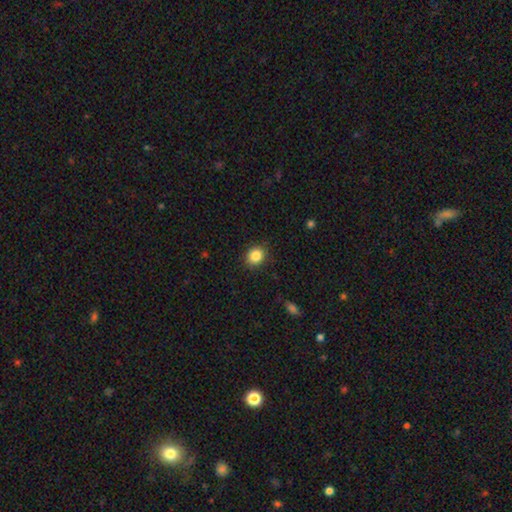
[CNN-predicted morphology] This is clearly a smooth galaxy (86%). How rounded: likely round (71%). Merging: clearly none (88%).